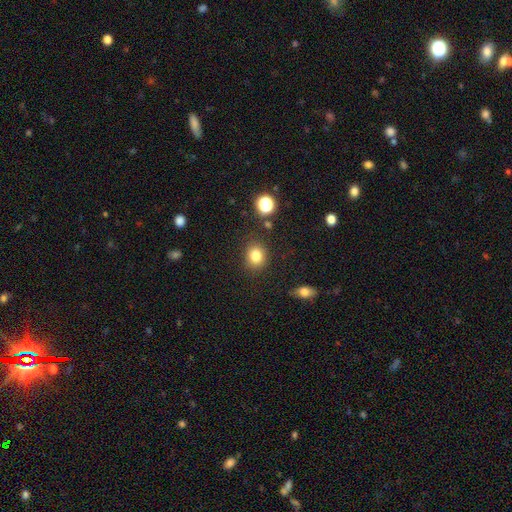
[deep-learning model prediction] smooth-or-featured: smooth: 81% | star or artifact: 12% | featured or disk: 7%
  how-rounded: round: 67% | in between: 32% | cigar-shaped: 1%
  merging: none: 85% | minor disturbance: 9% | major disturbance: 3% | merger: 3%